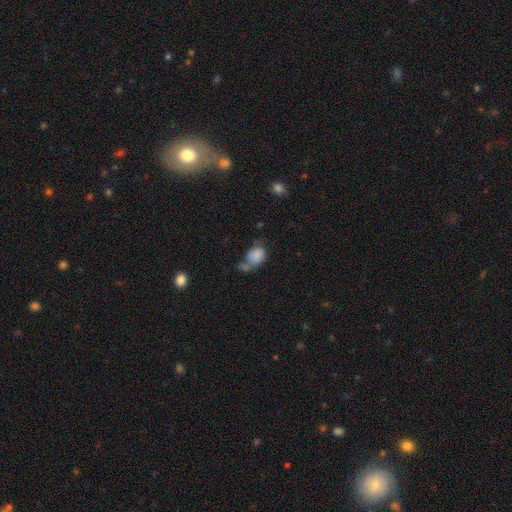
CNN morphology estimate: Smooth or featured? smooth (74%)
How rounded? in between (66%)
Merging? merger (33%)